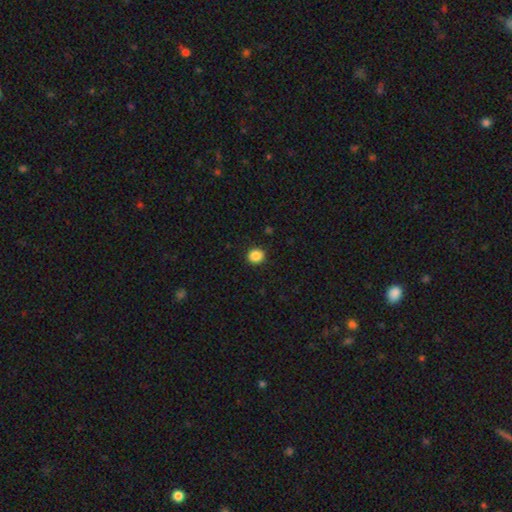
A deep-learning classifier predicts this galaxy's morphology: Smooth or featured?
  - smooth: 88% *
  - star or artifact: 10%
  - featured or disk: 3%
How rounded?
  - round: 78% *
  - in between: 21%
  - cigar-shaped: 1%
Merging?
  - none: 92% *
  - minor disturbance: 5%
  - major disturbance: 2%
  - merger: 1%